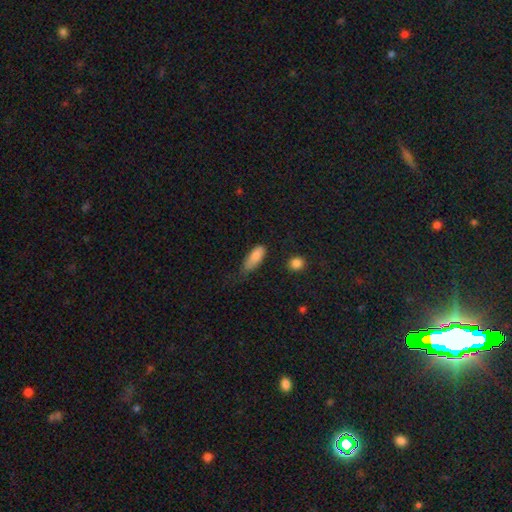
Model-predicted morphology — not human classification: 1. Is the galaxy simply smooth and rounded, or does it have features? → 84% smooth, 9% featured or disk, 8% star or artifact.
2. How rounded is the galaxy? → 73% in between, 24% cigar-shaped, 3% round.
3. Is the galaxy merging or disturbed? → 45% none, 41% minor disturbance, 11% major disturbance, 3% merger.